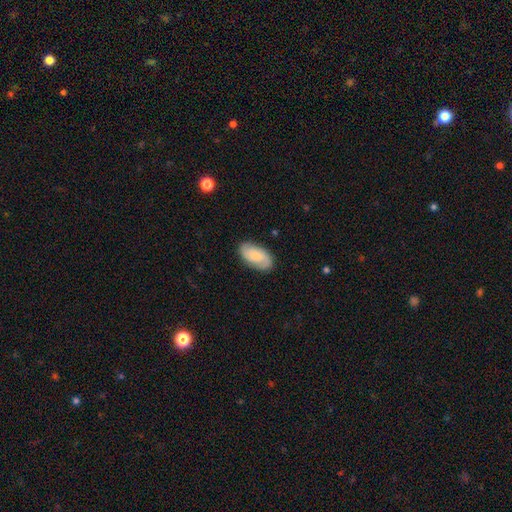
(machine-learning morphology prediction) Smooth or featured? Predicted: smooth (p=0.52). How rounded? Predicted: in between (p=0.94). Merging? Predicted: none (p=0.82).